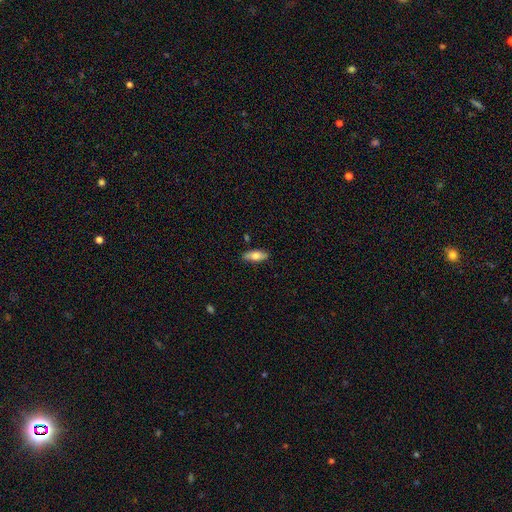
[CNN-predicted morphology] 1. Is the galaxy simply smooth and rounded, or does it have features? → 71% smooth, 23% featured or disk, 6% star or artifact.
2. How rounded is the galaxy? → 73% in between, 25% cigar-shaped, 3% round.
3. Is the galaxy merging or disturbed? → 85% none, 12% minor disturbance, 2% major disturbance, 1% merger.